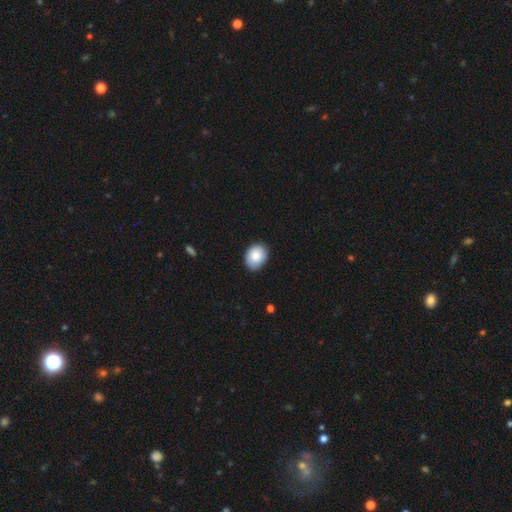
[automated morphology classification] Smooth or featured?
  - smooth: 86% *
  - featured or disk: 7%
  - star or artifact: 7%
How rounded?
  - in between: 62% *
  - round: 37%
  - cigar-shaped: 1%
Merging?
  - none: 84% *
  - minor disturbance: 13%
  - major disturbance: 2%
  - merger: 1%